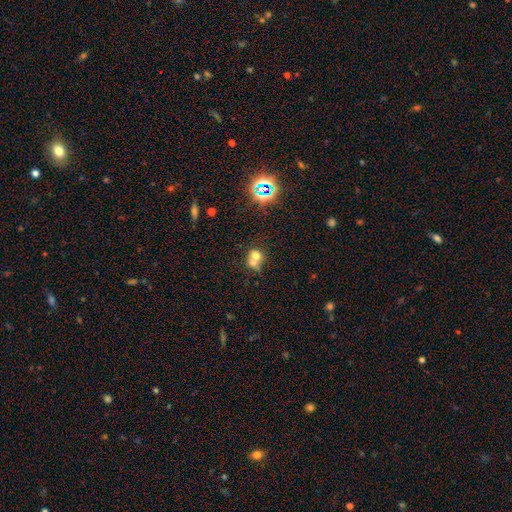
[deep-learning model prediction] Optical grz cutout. It shows a smooth galaxy with no disk features (62%) that is round (69%). Merging: merger (65%).